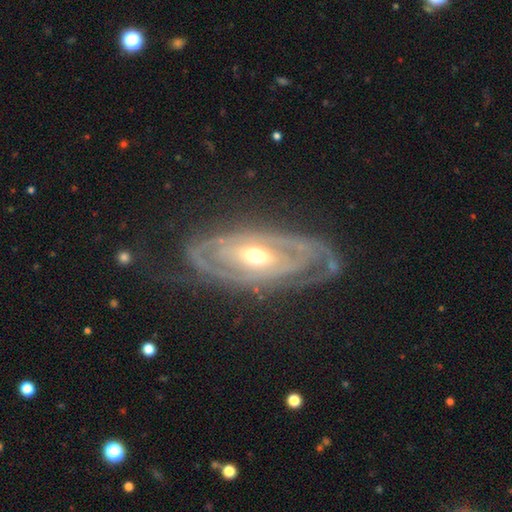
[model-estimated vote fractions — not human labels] smooth-or-featured: featured or disk: 86% | smooth: 9% | star or artifact: 5%
  disk-edge-on: no: 90% | yes: 10%
    bar: no: 60% | weak: 26% | strong: 14%
    has-spiral-arms: yes: 83% | no: 17%
      spiral-winding: tight: 67% | medium: 24% | loose: 9%
      spiral-arm-count: 2: 44% | can't tell: 30% | 3: 10% | 1: 7% | 4: 5% | more than 4: 5%
    bulge-size: moderate: 66% | small: 27% | large: 5% | dominant: 1% | none: 1%
  merging: none: 70% | minor disturbance: 18% | major disturbance: 10% | merger: 2%